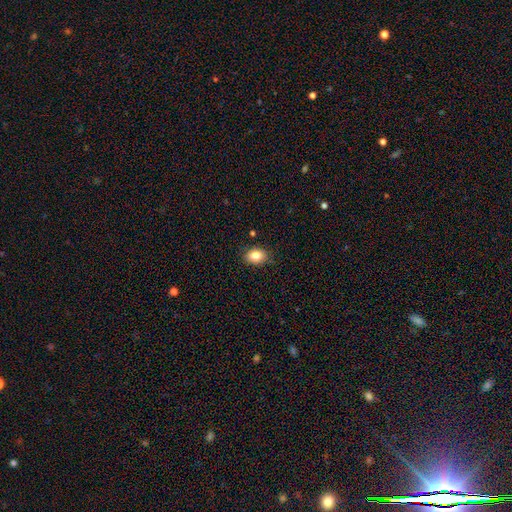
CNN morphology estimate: Smooth or featured? Predicted: smooth (p=0.83). How rounded? Predicted: in between (p=0.69). Merging? Predicted: none (p=0.86).